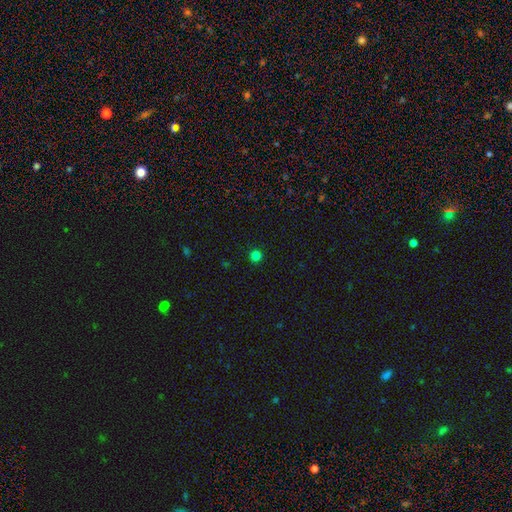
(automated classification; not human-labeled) Smooth or featured?
  - smooth: 80% *
  - star or artifact: 16%
  - featured or disk: 3%
How rounded?
  - round: 95% *
  - in between: 4%
  - cigar-shaped: 1%
Merging?
  - none: 93% *
  - minor disturbance: 5%
  - major disturbance: 2%
  - merger: 1%